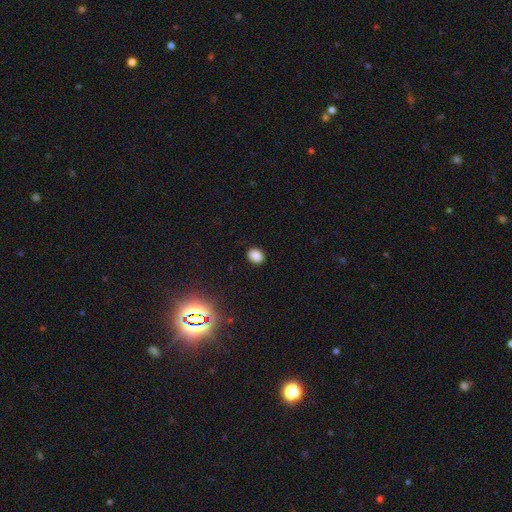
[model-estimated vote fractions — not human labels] Smooth or featured: smooth — 85% (star or artifact — 12%)
How rounded: in between — 55% (round — 44%)
Merging: none — 89% (minor disturbance — 8%)